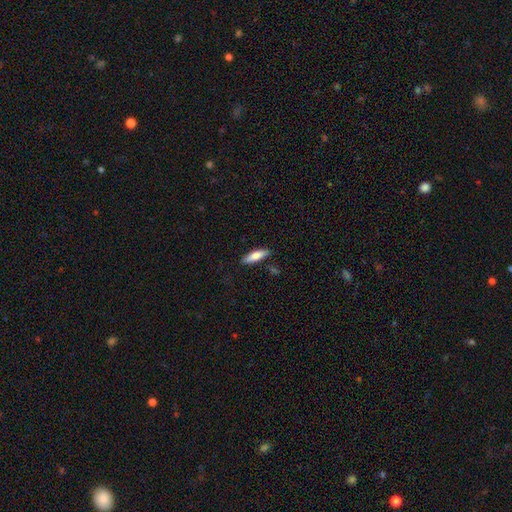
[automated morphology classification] A smooth galaxy with no disk features (74%) that is cigar-shaped (53%).

Vote fractions:
- Smooth or featured? smooth: 74% / featured or disk: 20% / star or artifact: 6%
- How rounded? cigar-shaped: 53% / in between: 45% / round: 2%
- Merging? none: 82% / minor disturbance: 12% / merger: 3% / major disturbance: 3%